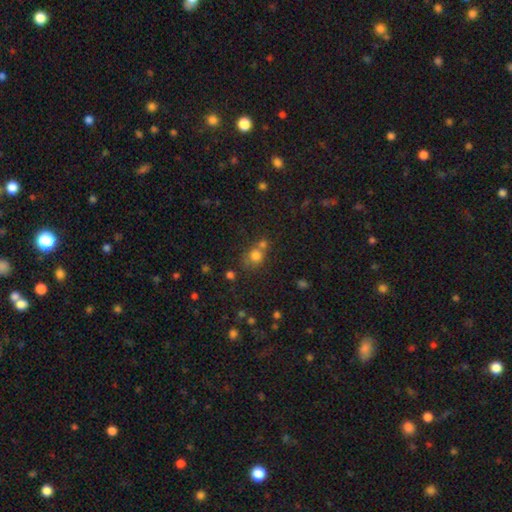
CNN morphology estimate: Smooth or featured?
  - smooth: 74% *
  - star or artifact: 16%
  - featured or disk: 10%
How rounded?
  - round: 77% *
  - in between: 22%
  - cigar-shaped: 1%
Merging?
  - none: 45% *
  - merger: 38%
  - minor disturbance: 12%
  - major disturbance: 6%